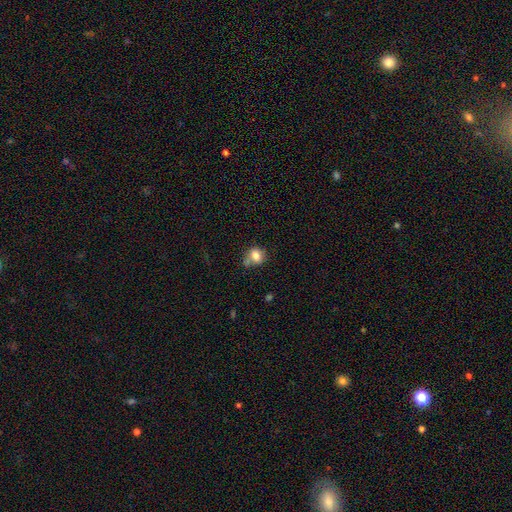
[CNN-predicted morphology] Overall: smooth (79%). How rounded: round (62%; in between 37%). Merging: none (51%; minor disturbance 23%).